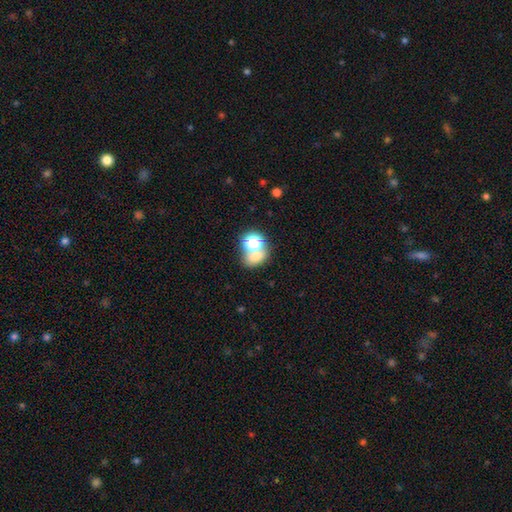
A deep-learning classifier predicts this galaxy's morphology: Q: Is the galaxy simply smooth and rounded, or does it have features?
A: smooth — 64%.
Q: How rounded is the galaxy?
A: in between — 50%.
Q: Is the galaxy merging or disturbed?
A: merger — 44%.